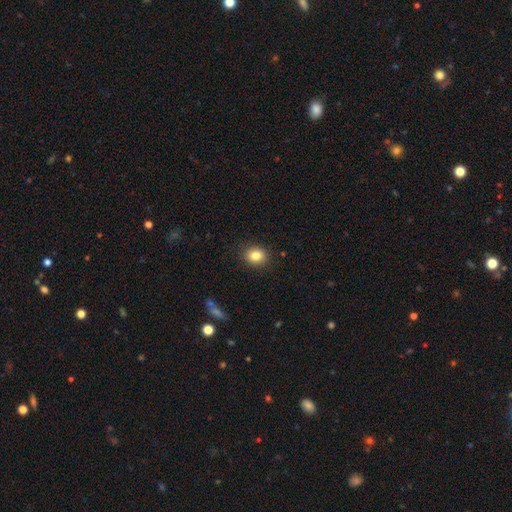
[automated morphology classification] Smooth or featured? Predicted: smooth (p=0.84). How rounded? Predicted: round (p=0.65). Merging? Predicted: none (p=0.89).